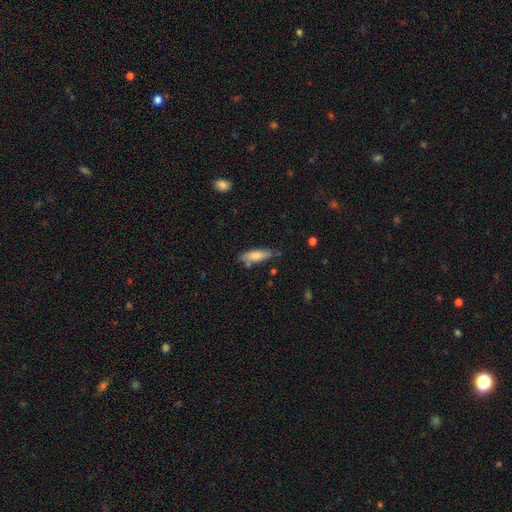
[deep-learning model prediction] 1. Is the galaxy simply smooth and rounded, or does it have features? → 76% smooth, 18% featured or disk, 6% star or artifact.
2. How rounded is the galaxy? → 50% in between, 48% cigar-shaped, 2% round.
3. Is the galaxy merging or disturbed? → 66% none, 23% minor disturbance, 6% merger, 5% major disturbance.